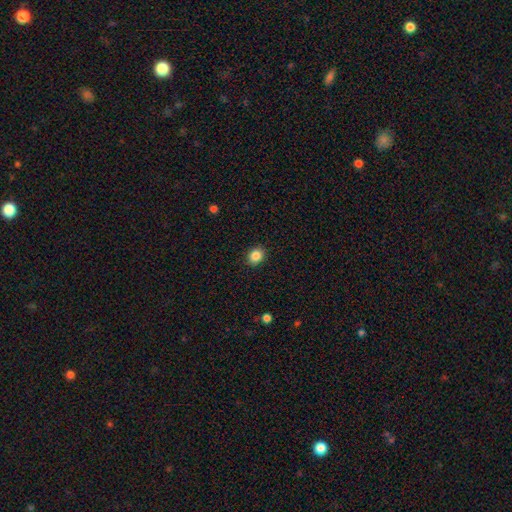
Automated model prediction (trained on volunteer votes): Q: Smooth or featured?
A: smooth (86%); runner-up: star or artifact (10%)
Q: How rounded?
A: round (59%); runner-up: in between (40%)
Q: Merging?
A: none (90%); runner-up: minor disturbance (7%)